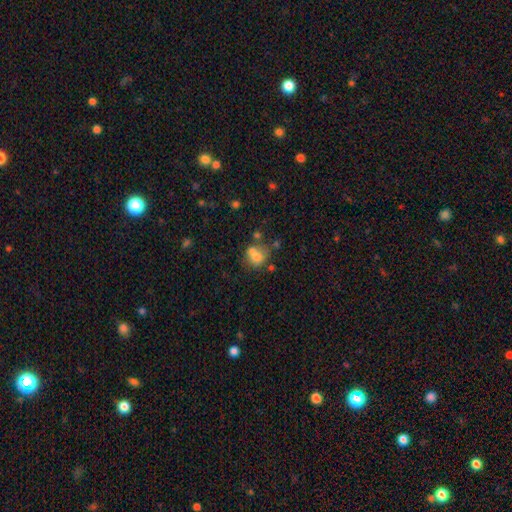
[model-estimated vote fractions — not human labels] Smooth or featured? smooth (68%)
How rounded? round (68%)
Merging? merger (41%)